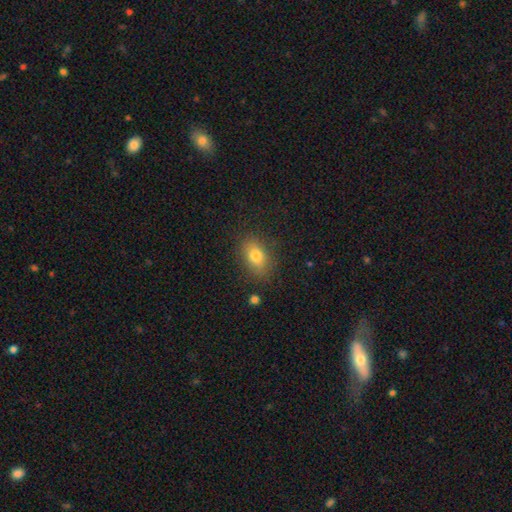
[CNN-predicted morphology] Smooth or featured? smooth (79%)
How rounded? in between (80%)
Merging? none (80%)